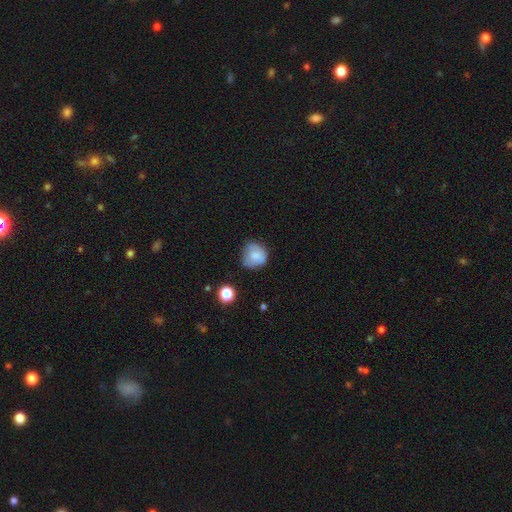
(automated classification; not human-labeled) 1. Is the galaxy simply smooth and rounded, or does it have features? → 73% smooth, 18% featured or disk, 9% star or artifact.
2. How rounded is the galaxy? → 81% round, 18% in between, 1% cigar-shaped.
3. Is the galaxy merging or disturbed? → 56% none, 31% minor disturbance, 10% major disturbance, 3% merger.